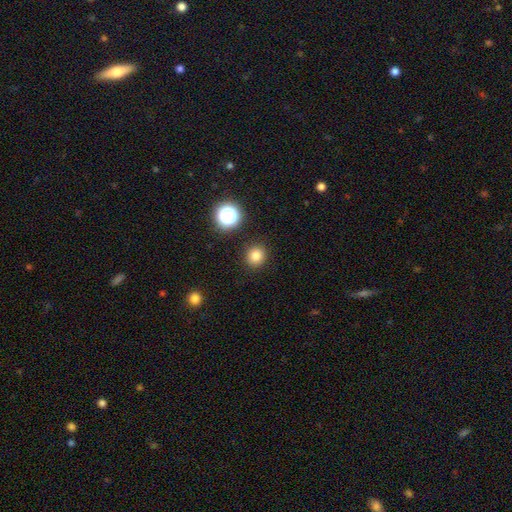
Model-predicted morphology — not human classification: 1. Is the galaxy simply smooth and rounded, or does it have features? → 81% smooth, 14% star or artifact, 5% featured or disk.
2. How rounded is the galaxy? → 89% round, 10% in between, 1% cigar-shaped.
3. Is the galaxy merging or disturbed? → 90% none, 6% minor disturbance, 2% major disturbance, 2% merger.